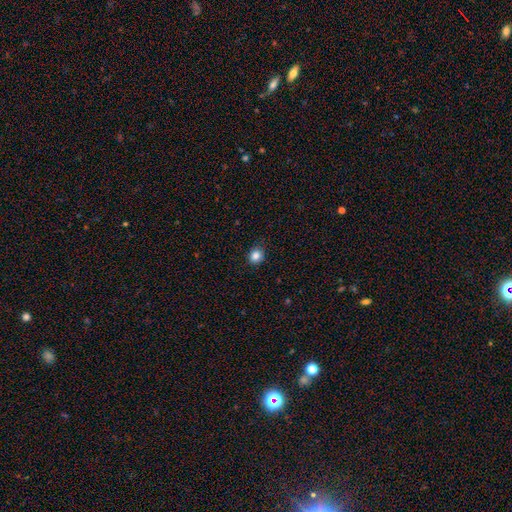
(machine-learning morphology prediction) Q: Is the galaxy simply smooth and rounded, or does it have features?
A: smooth — 85%.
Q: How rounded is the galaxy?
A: round — 76%.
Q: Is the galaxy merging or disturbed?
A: none — 83%.